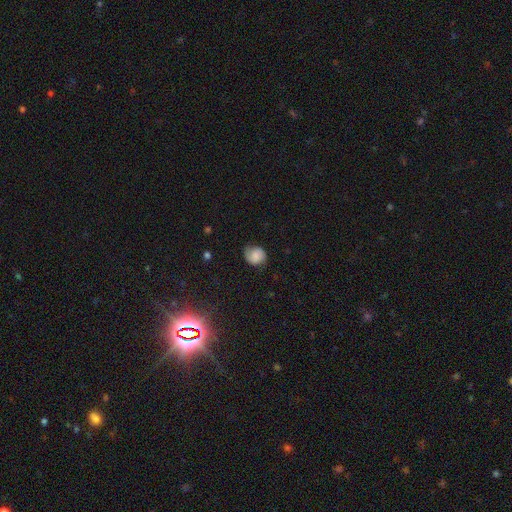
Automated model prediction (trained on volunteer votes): Overall: smooth (57%; featured or disk 33%). How rounded: round (73%). Merging: none (69%).